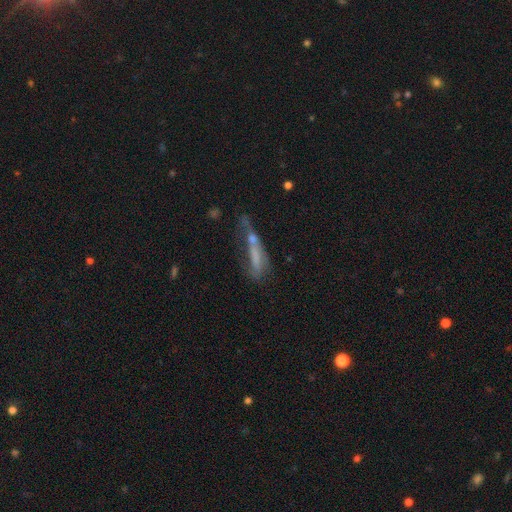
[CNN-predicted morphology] Overall: smooth (47%; featured or disk 39%). Merging: major disturbance (33%; merger 24%).